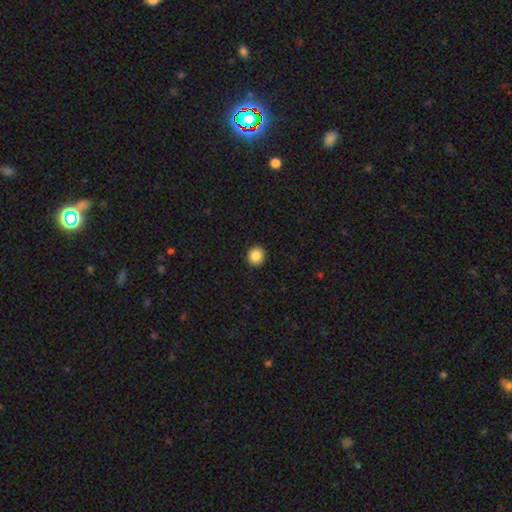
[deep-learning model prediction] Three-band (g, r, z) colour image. It shows a smooth galaxy with no disk features (87%) that is round (88%). Merging: none (92%).